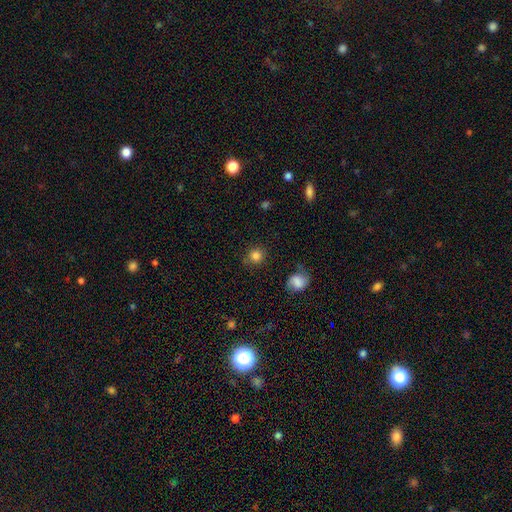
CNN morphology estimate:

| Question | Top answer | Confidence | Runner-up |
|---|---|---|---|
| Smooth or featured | smooth | 84% | star or artifact (11%) |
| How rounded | round | 90% | in between (9%) |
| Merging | none | 83% | minor disturbance (11%) |